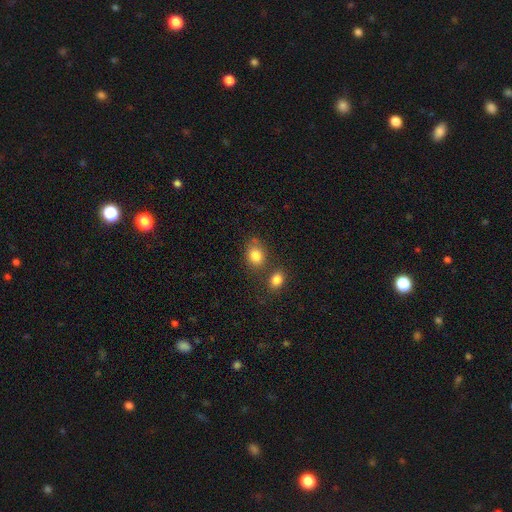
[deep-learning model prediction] Smooth or featured? Predicted: smooth (p=0.83). How rounded? Predicted: in between (p=0.58). Merging? Predicted: none (p=0.58).